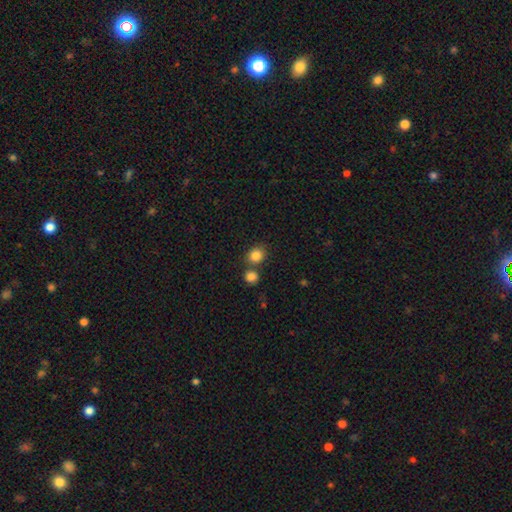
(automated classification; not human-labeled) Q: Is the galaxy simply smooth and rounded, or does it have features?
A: smooth — 85%.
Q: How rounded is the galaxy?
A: round — 76%.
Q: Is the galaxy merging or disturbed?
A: none — 67%.